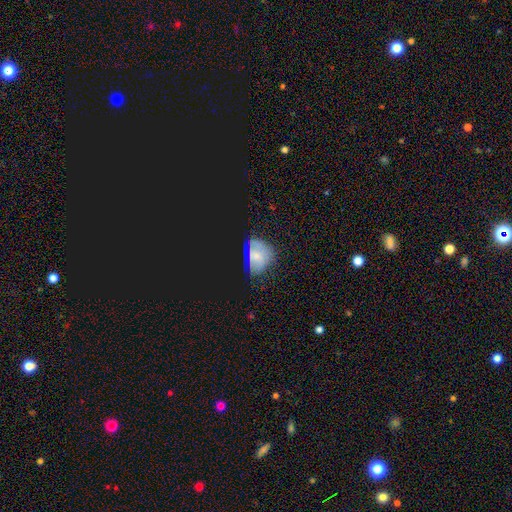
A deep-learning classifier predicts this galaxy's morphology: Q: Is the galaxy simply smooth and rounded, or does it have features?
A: smooth — 45%.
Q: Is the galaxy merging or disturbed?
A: none — 69%.